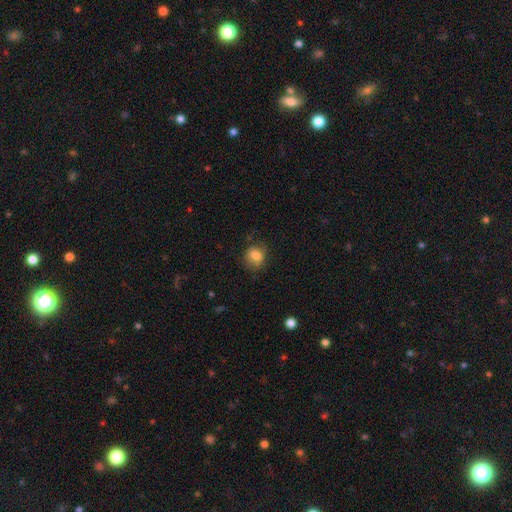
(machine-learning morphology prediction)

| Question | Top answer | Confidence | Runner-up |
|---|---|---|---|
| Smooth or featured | smooth | 80% | featured or disk (10%) |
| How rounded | round | 68% | in between (31%) |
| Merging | none | 70% | minor disturbance (21%) |